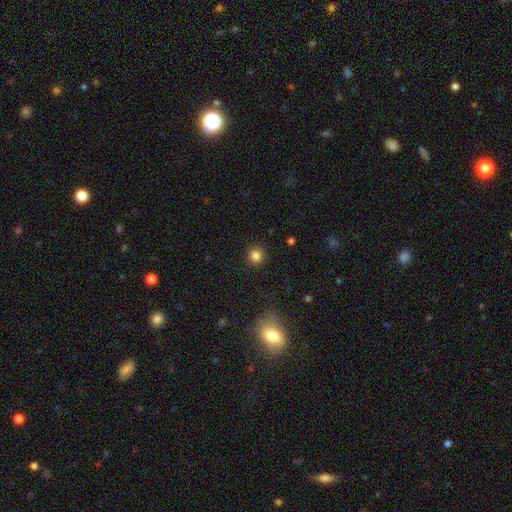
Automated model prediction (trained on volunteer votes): Q: Smooth or featured?
A: smooth (83%); runner-up: star or artifact (13%)
Q: How rounded?
A: round (94%); runner-up: in between (5%)
Q: Merging?
A: none (92%); runner-up: minor disturbance (5%)